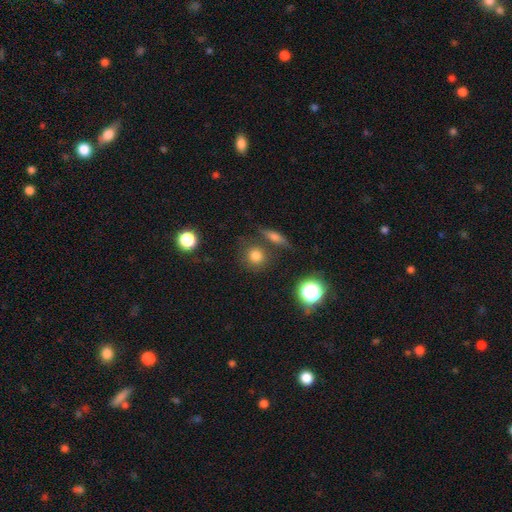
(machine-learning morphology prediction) smooth 77%, star or artifact 15%, featured or disk 8%. Down the decision tree: how rounded — round (87%); merging — none (76%).